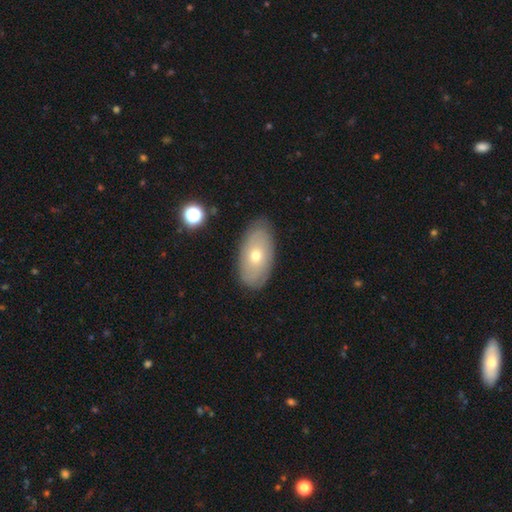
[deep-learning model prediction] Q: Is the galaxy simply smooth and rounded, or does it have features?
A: smooth — 51%.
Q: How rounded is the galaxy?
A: in between — 93%.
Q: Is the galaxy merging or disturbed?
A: none — 83%.